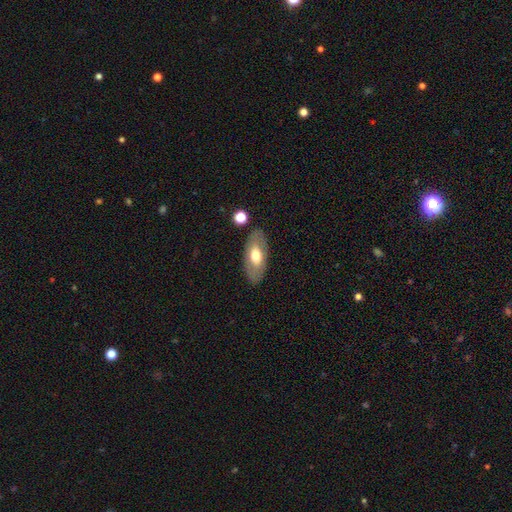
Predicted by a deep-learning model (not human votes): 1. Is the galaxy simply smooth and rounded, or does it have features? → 57% smooth, 37% featured or disk, 6% star or artifact.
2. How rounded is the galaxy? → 90% in between, 7% cigar-shaped, 4% round.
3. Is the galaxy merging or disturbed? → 84% none, 11% minor disturbance, 3% major disturbance, 3% merger.